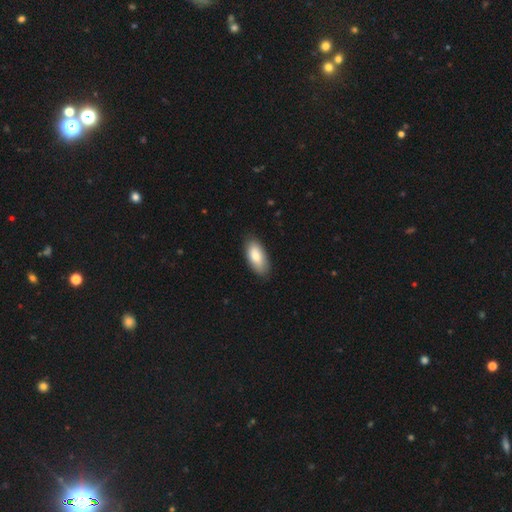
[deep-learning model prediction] smooth 81%, featured or disk 14%, star or artifact 6%. Down the decision tree: how rounded — in between (91%); merging — none (85%).